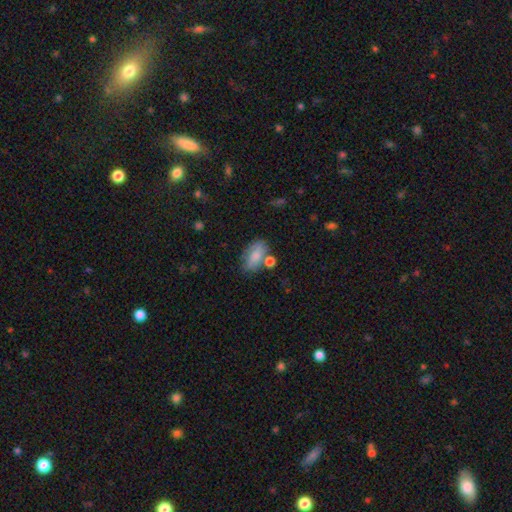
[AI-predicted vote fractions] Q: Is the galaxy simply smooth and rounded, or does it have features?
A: smooth — 76%.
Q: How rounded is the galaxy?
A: in between — 89%.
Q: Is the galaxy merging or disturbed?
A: none — 57%.